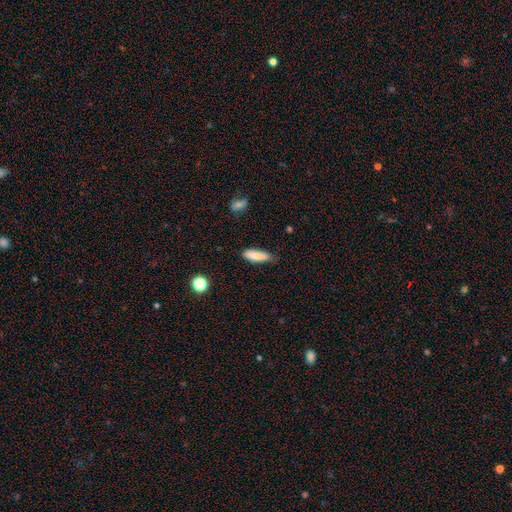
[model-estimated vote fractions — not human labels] This appears to be a smooth galaxy with no disk features (84%) that is cigar-shaped (53%). Merging: none (74%).